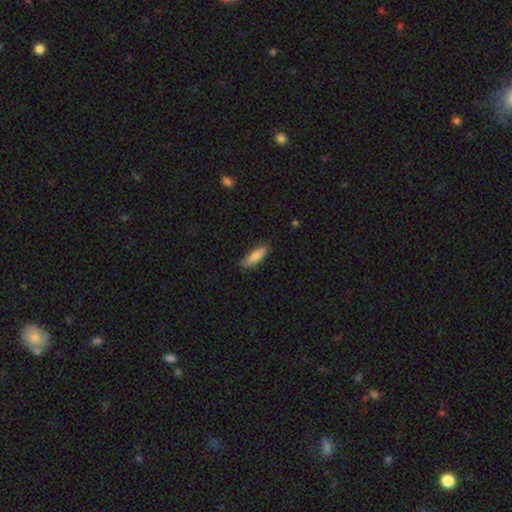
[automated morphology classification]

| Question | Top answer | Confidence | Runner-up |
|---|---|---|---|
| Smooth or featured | smooth | 81% | featured or disk (13%) |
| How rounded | in between | 55% | cigar-shaped (43%) |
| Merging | none | 78% | minor disturbance (17%) |